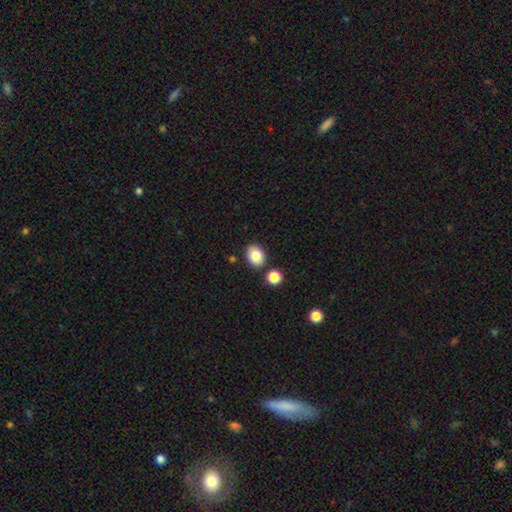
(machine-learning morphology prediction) Smooth or featured? smooth (84%)
How rounded? in between (55%)
Merging? none (82%)